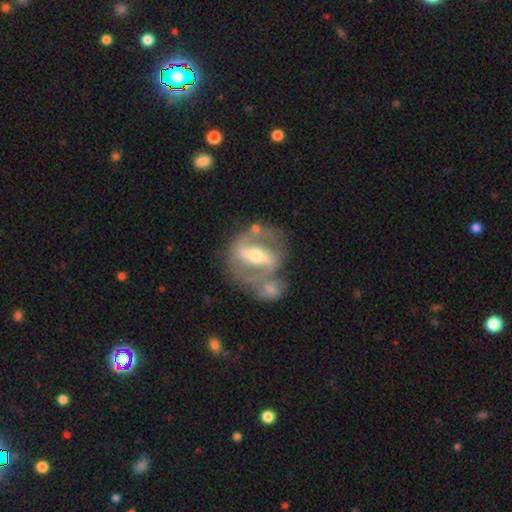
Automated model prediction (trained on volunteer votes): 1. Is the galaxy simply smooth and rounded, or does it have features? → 82% featured or disk, 12% smooth, 6% star or artifact.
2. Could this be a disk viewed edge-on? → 93% no, 7% yes.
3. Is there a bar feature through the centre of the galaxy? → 67% strong, 22% weak, 11% no.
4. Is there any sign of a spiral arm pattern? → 73% yes, 27% no.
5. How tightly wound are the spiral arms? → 46% medium, 36% tight, 18% loose.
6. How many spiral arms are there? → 81% 2, 11% can't tell, 4% 1, 2% 3, 1% 4, 1% more than 4.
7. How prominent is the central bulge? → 60% moderate, 33% small, 4% large, 1% none, 1% dominant.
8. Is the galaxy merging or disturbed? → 56% none, 20% merger, 14% minor disturbance, 10% major disturbance.